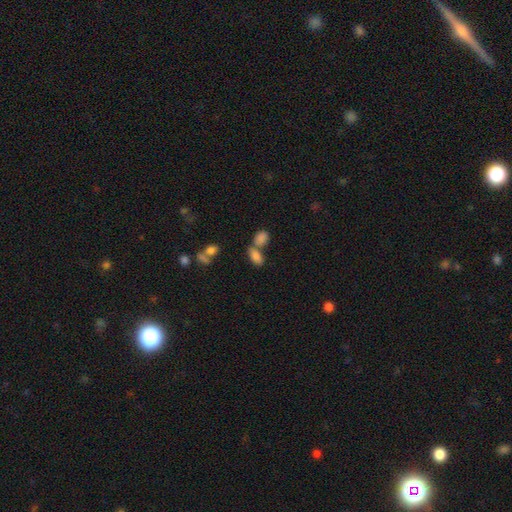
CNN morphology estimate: smooth 82%, star or artifact 10%, featured or disk 8%. Down the decision tree: how rounded — in between (89%); merging — merger (43%).